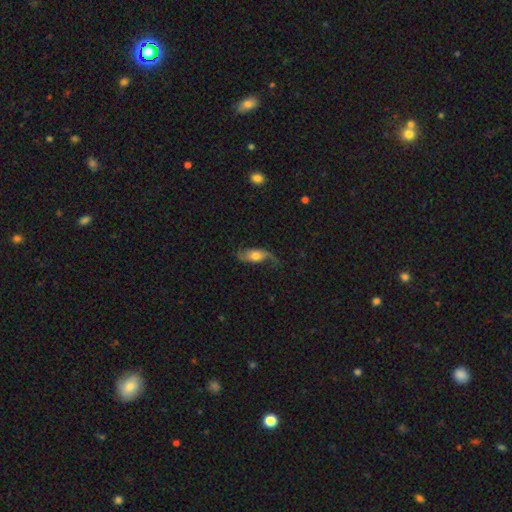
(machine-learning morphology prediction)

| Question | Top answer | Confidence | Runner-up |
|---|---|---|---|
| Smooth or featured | featured or disk | 68% | smooth (25%) |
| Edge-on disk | no | 88% | yes (12%) |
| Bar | no | 67% | weak (26%) |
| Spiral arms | yes | 92% | no (8%) |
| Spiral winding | loose | 76% | medium (19%) |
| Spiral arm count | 2 | 87% | 1 (6%) |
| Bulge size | moderate | 58% | large (22%) |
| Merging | none | 64% | minor disturbance (20%) |